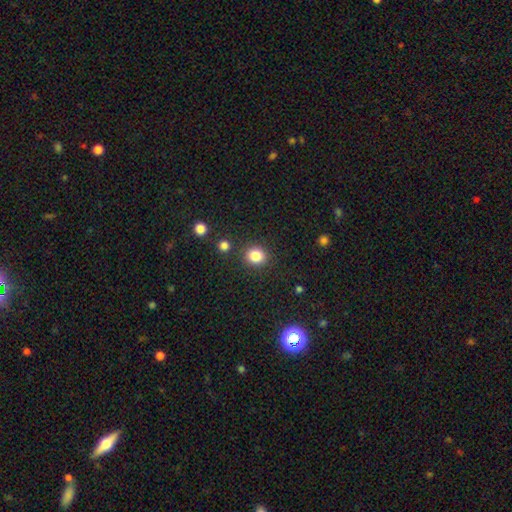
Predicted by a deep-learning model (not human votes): This is clearly a smooth galaxy (83%). How rounded: clearly round (80%). Merging: clearly none (87%).